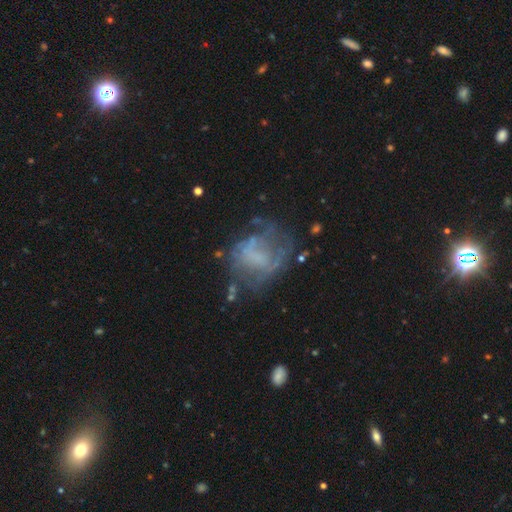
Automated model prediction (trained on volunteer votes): smooth-or-featured: featured or disk: 61% | smooth: 26% | star or artifact: 14%
  disk-edge-on: no: 98% | yes: 2%
    bar: no: 69% | weak: 25% | strong: 6%
    has-spiral-arms: no: 54% | yes: 46%
    bulge-size: none: 60% | small: 21% | moderate: 13% | large: 5% | dominant: 1%
  merging: none: 44% | major disturbance: 30% | minor disturbance: 21% | merger: 5%